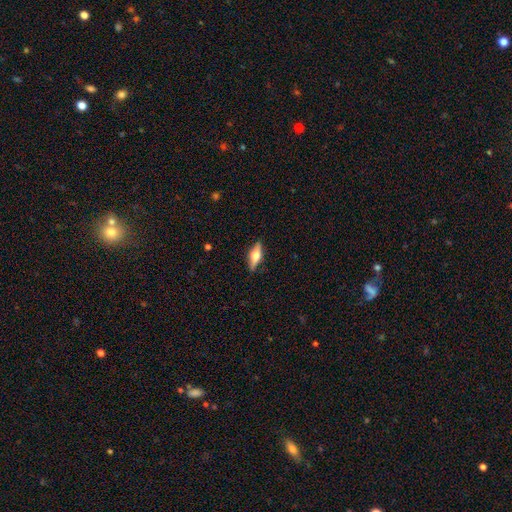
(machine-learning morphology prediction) The model was most divided on "smooth or featured": featured or disk: 51%, smooth: 43%, star or artifact: 7%. More confident: edge-on disk — yes (91%); merging — none (86%).